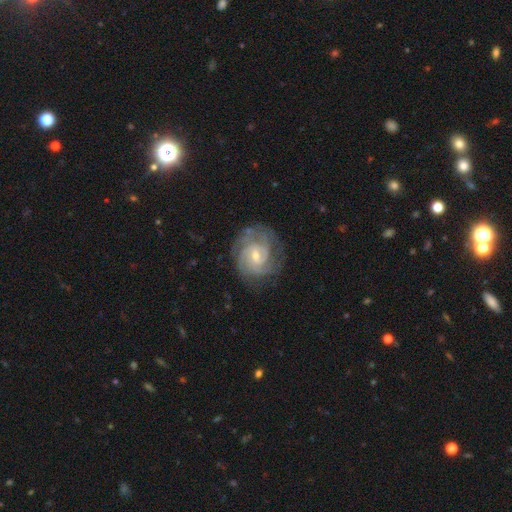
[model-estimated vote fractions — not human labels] Smooth or featured: featured or disk — 86% (smooth — 8%)
Edge-on disk: no — 98% (yes — 2%)
Bar: weak — 52% (no — 37%)
Spiral arms: yes — 97% (no — 3%)
Spiral winding: tight — 65% (medium — 30%)
Spiral arm count: 2 — 29% (3 — 26%)
Bulge size: small — 58% (moderate — 38%)
Merging: none — 74% (minor disturbance — 17%)